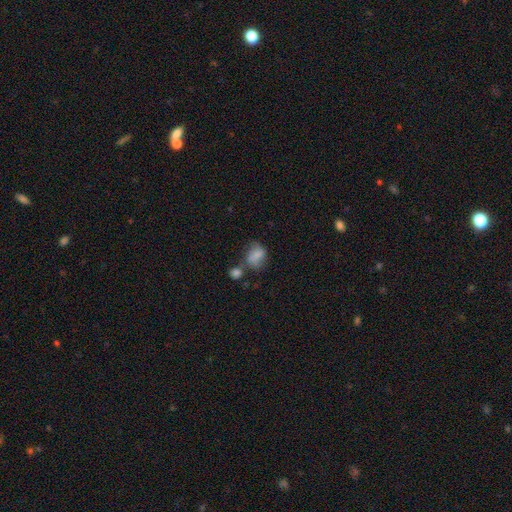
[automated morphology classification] Q: Smooth or featured?
A: smooth (74%); runner-up: featured or disk (15%)
Q: How rounded?
A: in between (64%); runner-up: round (34%)
Q: Merging?
A: none (37%); runner-up: merger (24%)